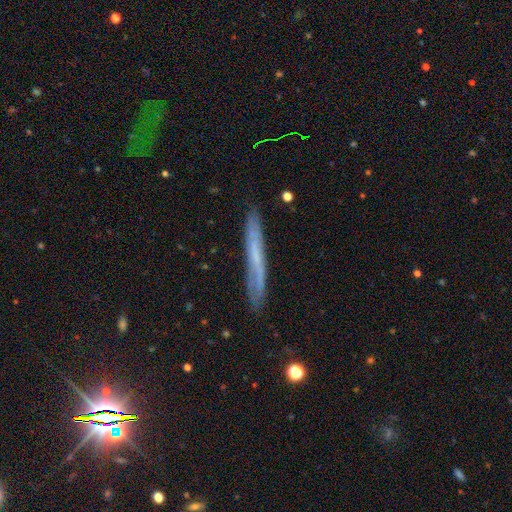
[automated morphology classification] A featured or disk galaxy (51%) viewed edge-on (85%). Merging: none (81%).